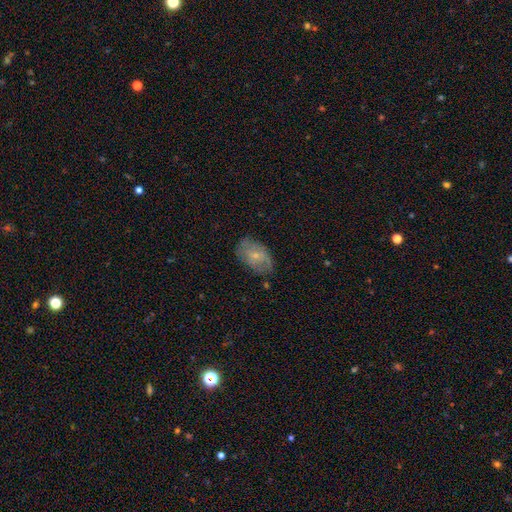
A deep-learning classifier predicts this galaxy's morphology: This is possibly a smooth galaxy (57%). How rounded: clearly in between (89%). Merging: likely none (71%).